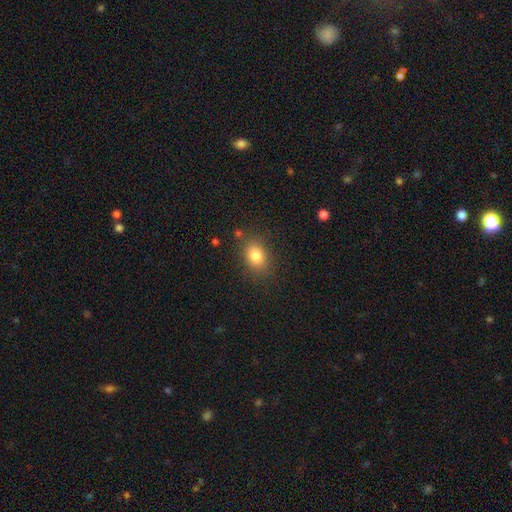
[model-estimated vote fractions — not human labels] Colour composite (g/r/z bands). It shows a smooth galaxy with no disk features (82%) that is in between round and cigar-shaped (70%). Merging: none (81%).